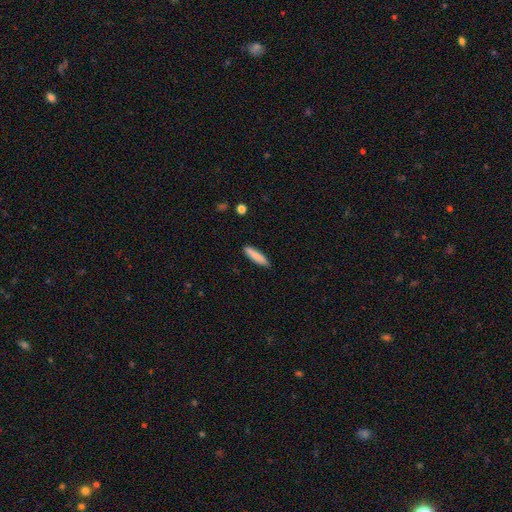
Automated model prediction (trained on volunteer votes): Smooth or featured?
  - smooth: 85% *
  - featured or disk: 9%
  - star or artifact: 6%
How rounded?
  - cigar-shaped: 78% *
  - in between: 20%
  - round: 1%
Merging?
  - none: 88% *
  - minor disturbance: 9%
  - major disturbance: 2%
  - merger: 1%